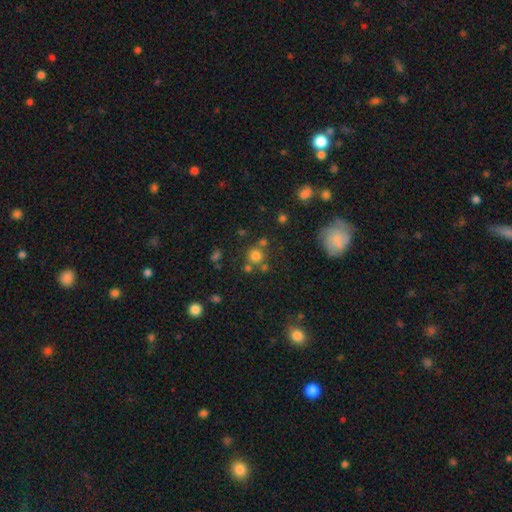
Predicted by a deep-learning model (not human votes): This appears to be a smooth galaxy with no disk features (74%) that is round (91%). Merging: none (69%).